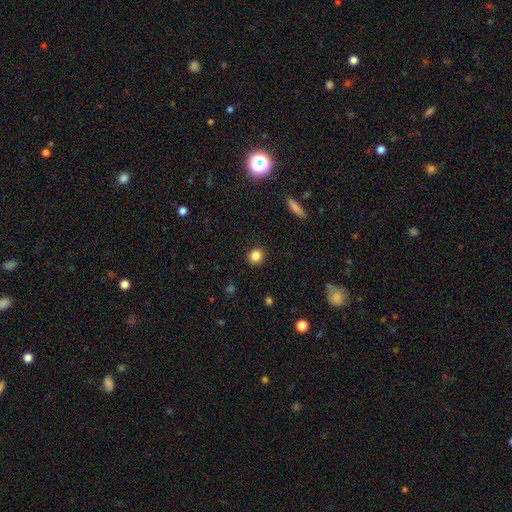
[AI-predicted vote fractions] Smooth or featured?
  - smooth: 84% *
  - star or artifact: 11%
  - featured or disk: 5%
How rounded?
  - round: 88% *
  - in between: 11%
  - cigar-shaped: 1%
Merging?
  - none: 92% *
  - minor disturbance: 5%
  - major disturbance: 2%
  - merger: 1%